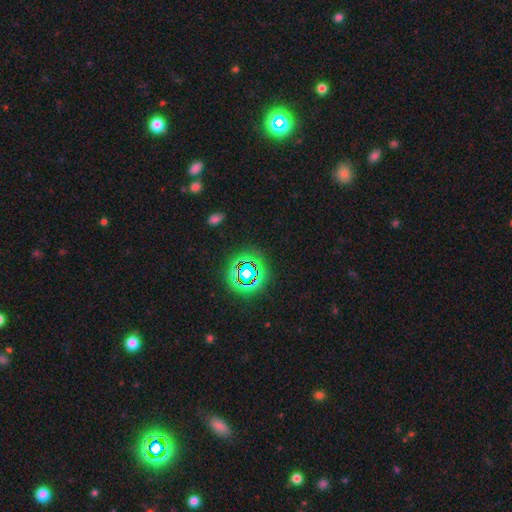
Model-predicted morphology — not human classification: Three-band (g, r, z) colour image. It shows a star or artifact, not a galaxy (63%).